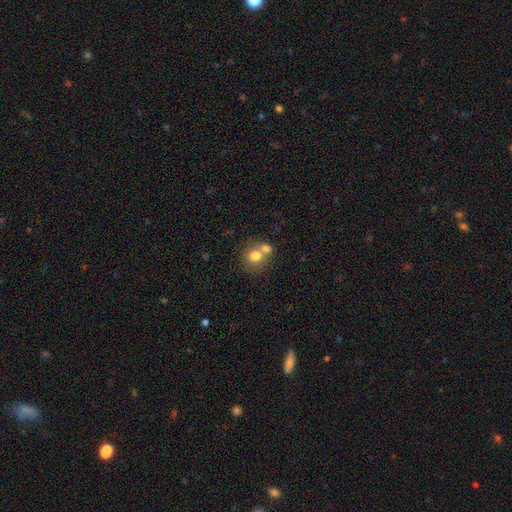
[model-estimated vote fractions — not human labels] smooth 75%, featured or disk 14%, star or artifact 10%. Down the decision tree: how rounded — round (77%); merging — merger (47%).